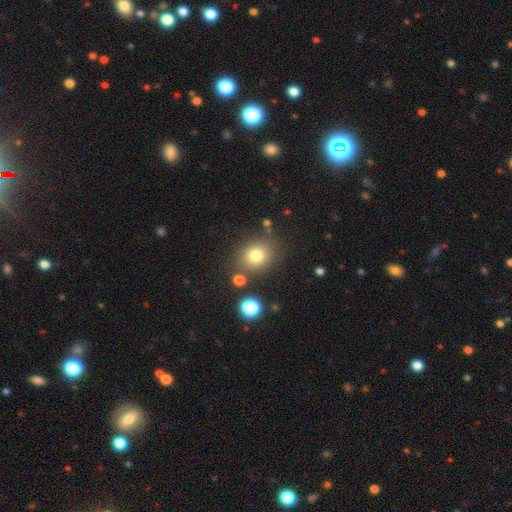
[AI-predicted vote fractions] Smooth or featured?
  - smooth: 77% *
  - star or artifact: 14%
  - featured or disk: 9%
How rounded?
  - round: 69% *
  - in between: 30%
  - cigar-shaped: 1%
Merging?
  - none: 79% *
  - minor disturbance: 11%
  - merger: 7%
  - major disturbance: 4%